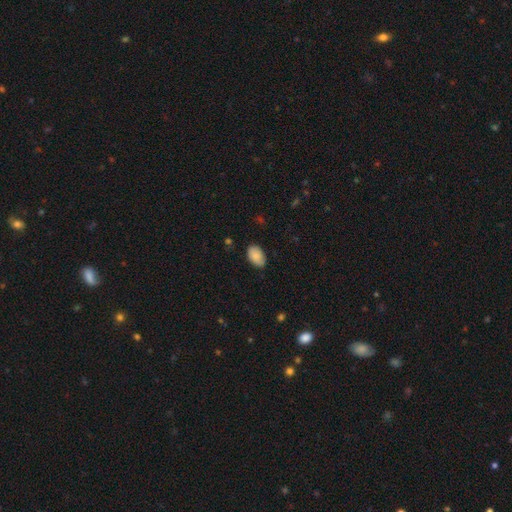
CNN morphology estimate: type=smooth (87%); roundness=in between (92%); merging=none (80%).